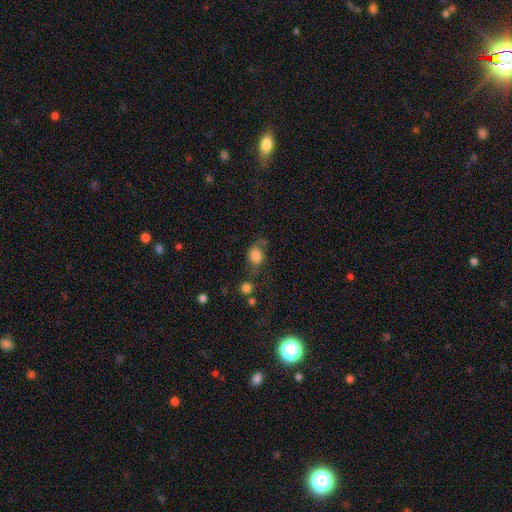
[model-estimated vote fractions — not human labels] This is likely a smooth galaxy (73%). How rounded: possibly round (49%, tied with in between). Merging: marginally none (43%).